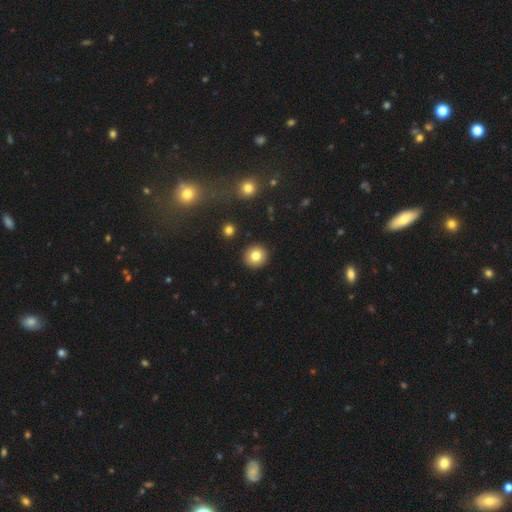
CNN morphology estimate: smooth-or-featured: smooth: 82% | star or artifact: 10% | featured or disk: 8%
  how-rounded: round: 93% | in between: 6% | cigar-shaped: 1%
  merging: none: 93% | minor disturbance: 4% | major disturbance: 2% | merger: 1%